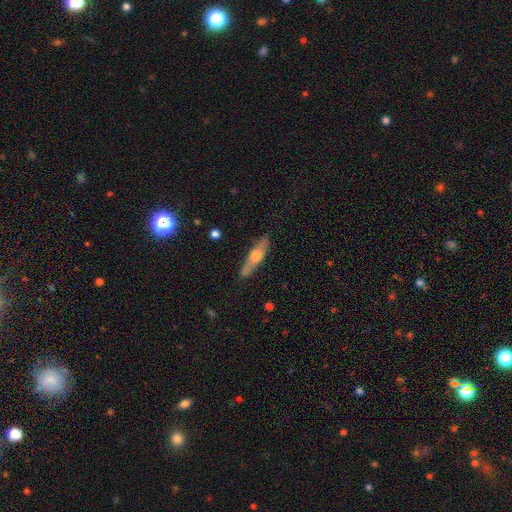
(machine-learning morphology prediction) Q: Smooth or featured?
A: featured or disk (58%); runner-up: smooth (35%)
Q: Edge-on disk?
A: yes (89%); runner-up: no (11%)
Q: Edge-on bulge?
A: rounded (87%); runner-up: boxy (8%)
Q: Merging?
A: none (82%); runner-up: minor disturbance (13%)